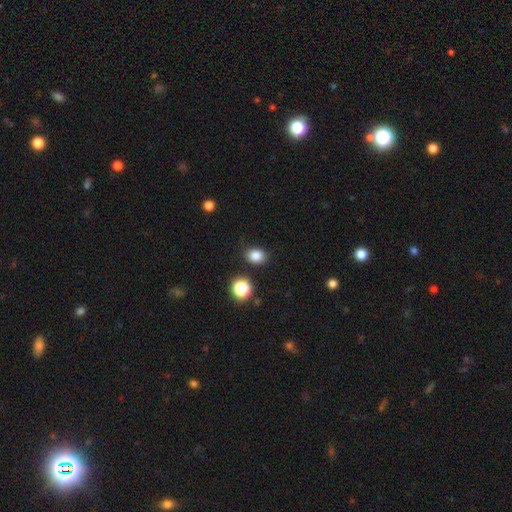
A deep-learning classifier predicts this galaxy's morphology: A smooth galaxy with no disk features (83%) that is in between round and cigar-shaped (54%).

Vote fractions:
- Smooth or featured? smooth: 83% / star or artifact: 12% / featured or disk: 5%
- How rounded? in between: 54% / round: 45% / cigar-shaped: 1%
- Merging? none: 84% / minor disturbance: 10% / merger: 3% / major disturbance: 3%